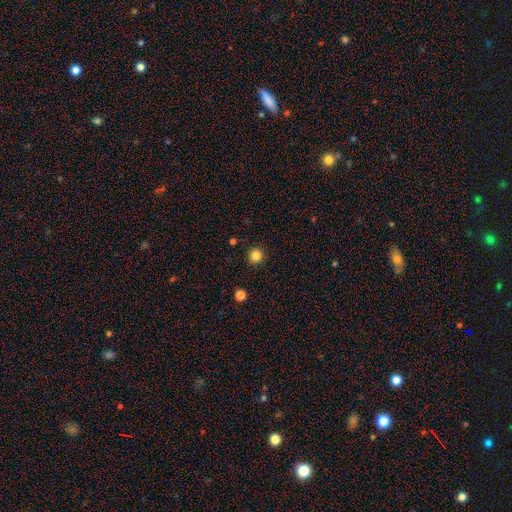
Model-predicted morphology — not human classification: smooth_or_featured: smooth (p=0.84) [alt: star or artifact p=0.12]
how_rounded: round (p=0.96) [alt: in between p=0.03]
merging: none (p=0.92) [alt: minor disturbance p=0.05]